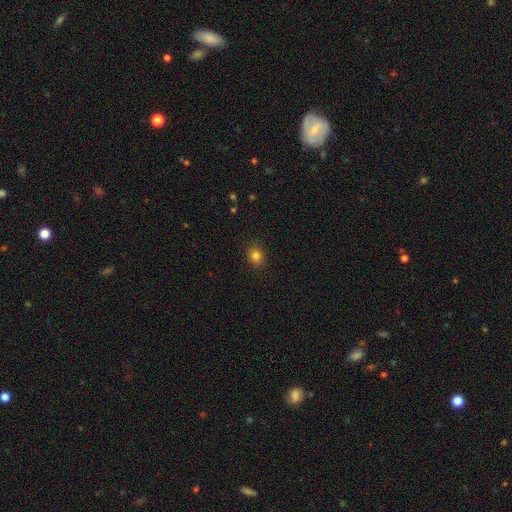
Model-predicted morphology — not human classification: Overall: smooth (82%). How rounded: round (64%; in between 35%). Merging: none (89%).